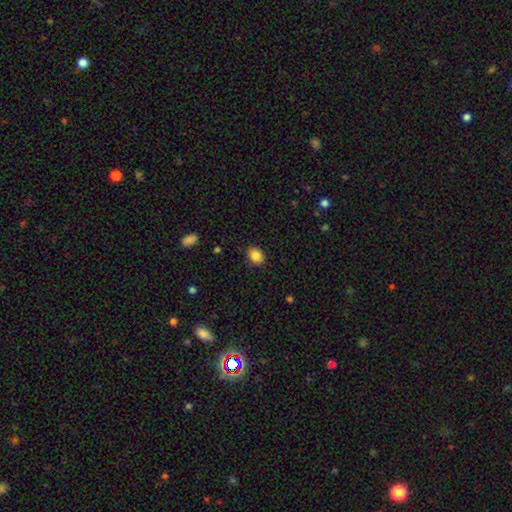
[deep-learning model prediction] A smooth galaxy with no disk features (86%) that is in between round and cigar-shaped (61%).

Vote fractions:
- Smooth or featured? smooth: 86% / star or artifact: 9% / featured or disk: 5%
- How rounded? in between: 61% / round: 38% / cigar-shaped: 1%
- Merging? none: 88% / minor disturbance: 9% / major disturbance: 2% / merger: 1%